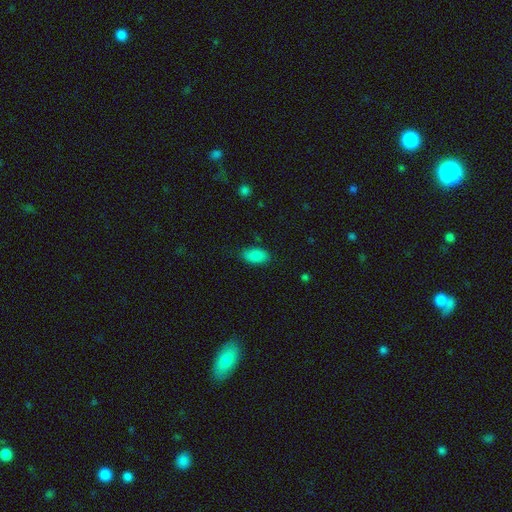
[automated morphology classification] Smooth or featured? Predicted: smooth (p=0.88). How rounded? Predicted: in between (p=0.93). Merging? Predicted: none (p=0.84).